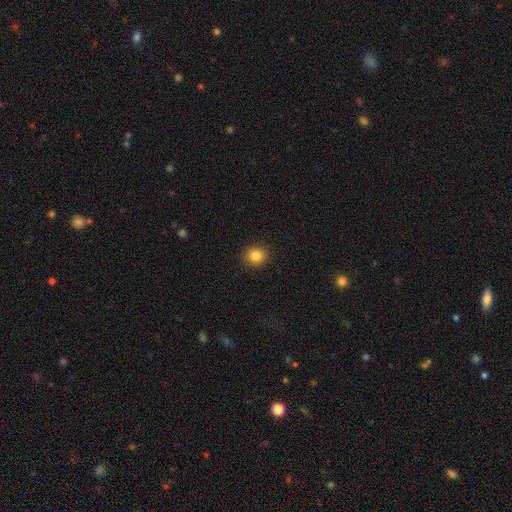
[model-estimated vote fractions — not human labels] A smooth galaxy with no disk features (84%) that is round (87%).

Vote fractions:
- Smooth or featured? smooth: 84% / star or artifact: 11% / featured or disk: 5%
- How rounded? round: 87% / in between: 12% / cigar-shaped: 1%
- Merging? none: 91% / minor disturbance: 6% / major disturbance: 2% / merger: 1%